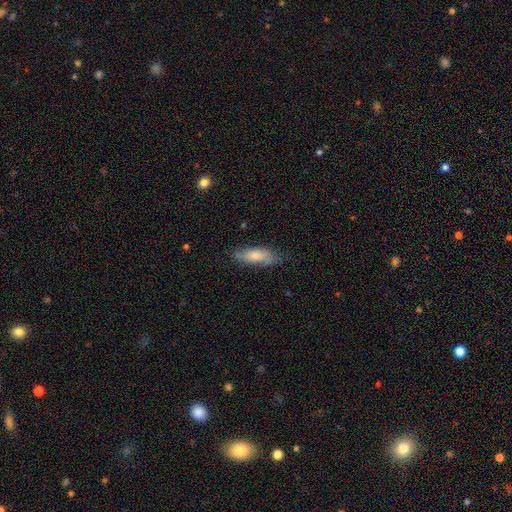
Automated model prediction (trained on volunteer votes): smooth 70%, featured or disk 24%, star or artifact 6%. Down the decision tree: how rounded — in between (59%); merging — none (66%).